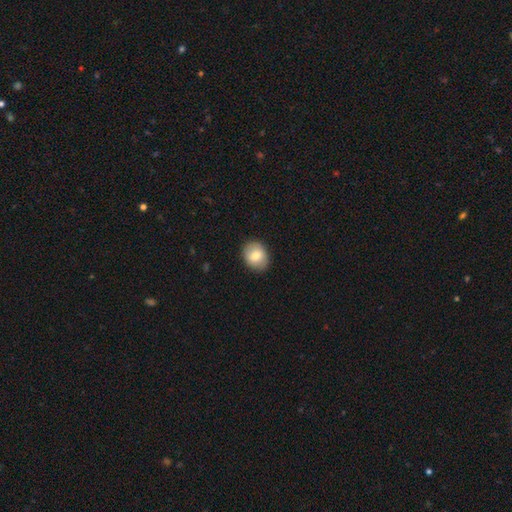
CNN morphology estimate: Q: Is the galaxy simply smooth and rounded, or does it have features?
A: smooth — 77%.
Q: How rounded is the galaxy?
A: round — 53%.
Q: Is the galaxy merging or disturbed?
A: none — 87%.